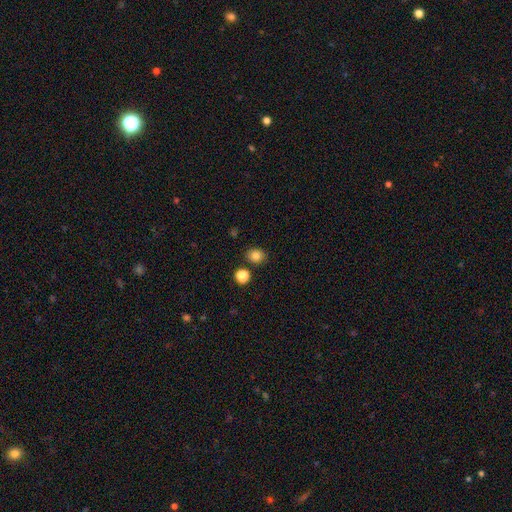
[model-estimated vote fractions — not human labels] smooth_or_featured: smooth (p=0.82) [alt: star or artifact p=0.12]
how_rounded: round (p=0.71) [alt: in between p=0.28]
merging: none (p=0.85) [alt: minor disturbance p=0.08]